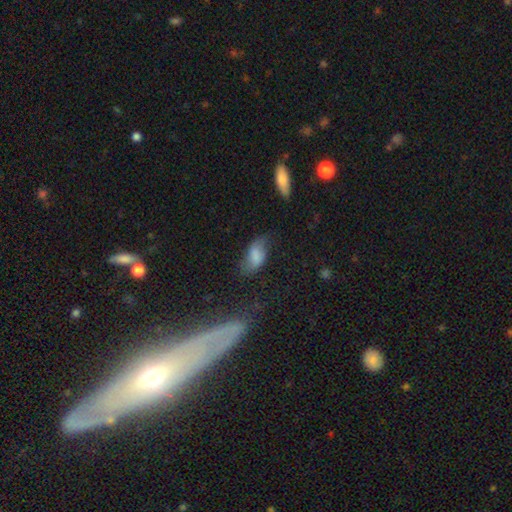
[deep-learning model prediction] This appears to be a smooth galaxy with no disk features (66%) that is in between round and cigar-shaped (91%). Merging: none (48%).